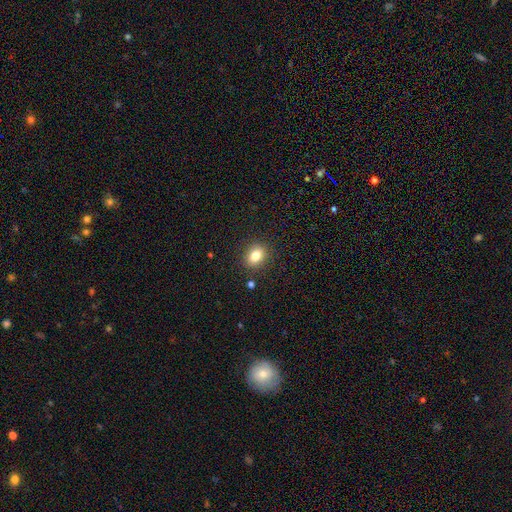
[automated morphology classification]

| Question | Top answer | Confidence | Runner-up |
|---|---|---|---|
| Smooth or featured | smooth | 82% | star or artifact (11%) |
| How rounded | in between | 58% | round (41%) |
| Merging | none | 88% | minor disturbance (8%) |